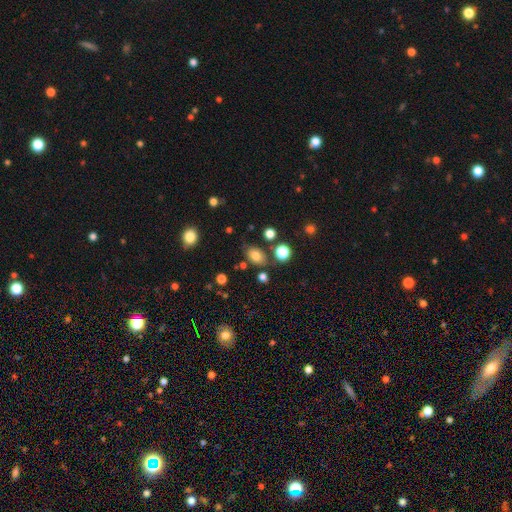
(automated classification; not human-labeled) Q: Smooth or featured?
A: smooth (77%); runner-up: star or artifact (13%)
Q: How rounded?
A: in between (75%); runner-up: round (24%)
Q: Merging?
A: none (75%); runner-up: minor disturbance (14%)